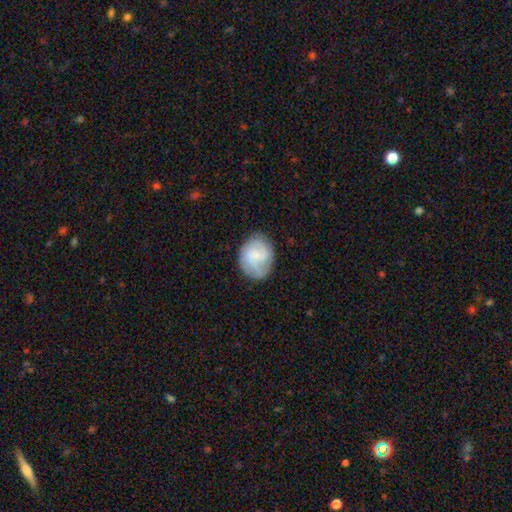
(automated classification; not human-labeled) smooth_or_featured: featured or disk (p=0.50) [alt: smooth p=0.43]
disk_edge_on: no (p=0.98) [alt: yes p=0.02]
merging: none (p=0.73) [alt: minor disturbance p=0.19]